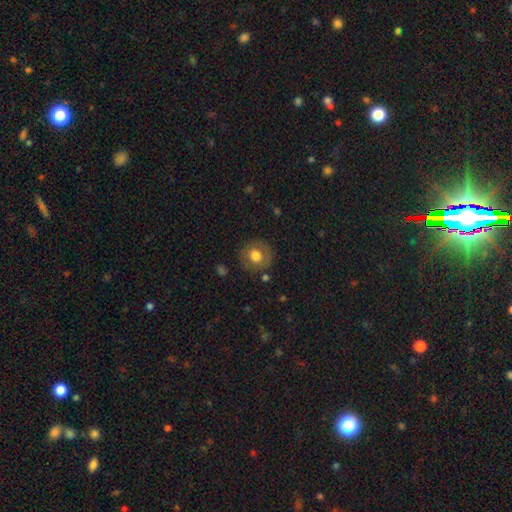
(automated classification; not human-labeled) Smooth or featured?
  - smooth: 70% *
  - featured or disk: 21%
  - star or artifact: 9%
How rounded?
  - round: 88% *
  - in between: 11%
  - cigar-shaped: 1%
Merging?
  - none: 83% *
  - minor disturbance: 11%
  - major disturbance: 4%
  - merger: 2%